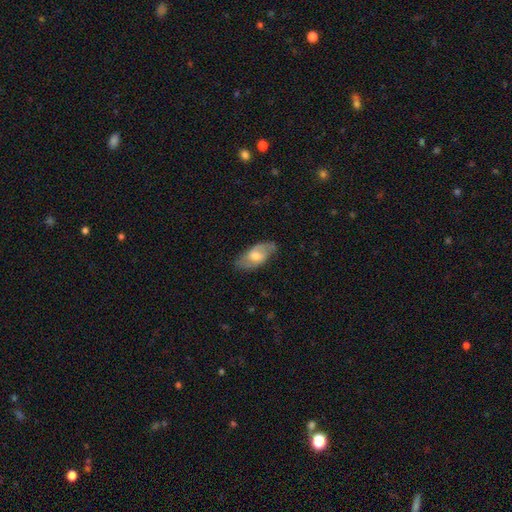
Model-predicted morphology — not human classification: This appears to be a smooth galaxy with no disk features (51%) that is in between round and cigar-shaped (90%). Merging: none (72%).